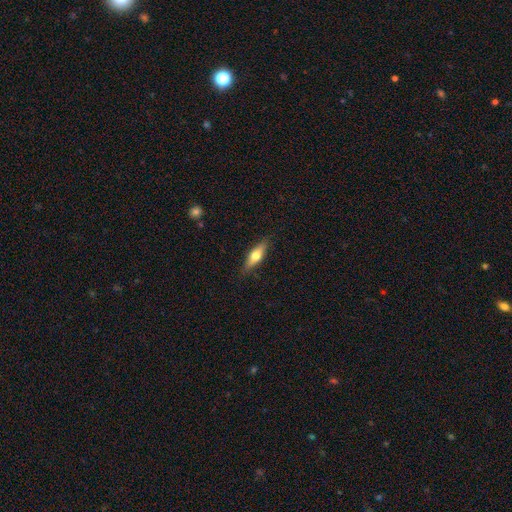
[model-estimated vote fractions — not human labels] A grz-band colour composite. It shows a smooth galaxy with no disk features (56%) that is cigar-shaped (51%). Merging: none (86%).